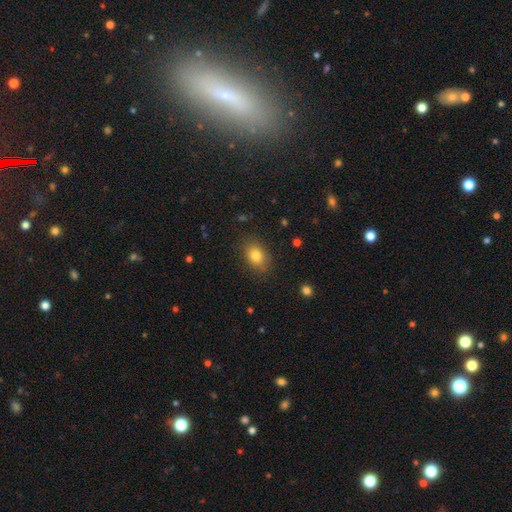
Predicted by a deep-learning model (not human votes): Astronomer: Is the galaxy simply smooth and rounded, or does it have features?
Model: smooth — 81%.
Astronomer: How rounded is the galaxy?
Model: in between — 74%.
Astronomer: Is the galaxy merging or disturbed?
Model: none — 82%.